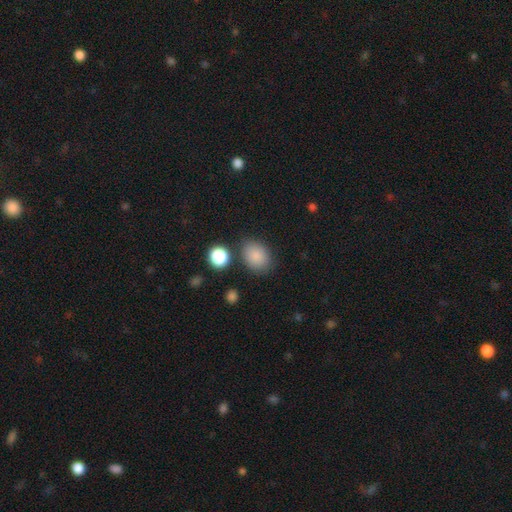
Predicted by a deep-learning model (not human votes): Q: Smooth or featured?
A: smooth (86%); runner-up: star or artifact (9%)
Q: How rounded?
A: in between (69%); runner-up: round (29%)
Q: Merging?
A: none (77%); runner-up: minor disturbance (14%)